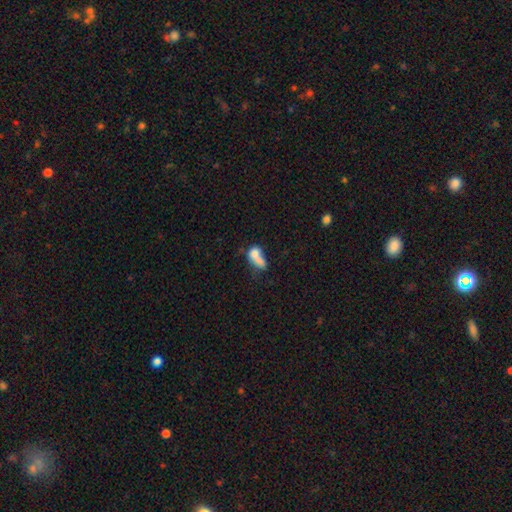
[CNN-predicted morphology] smooth 69%, featured or disk 20%, star or artifact 11%. Down the decision tree: how rounded — in between (71%); merging — merger (43%).